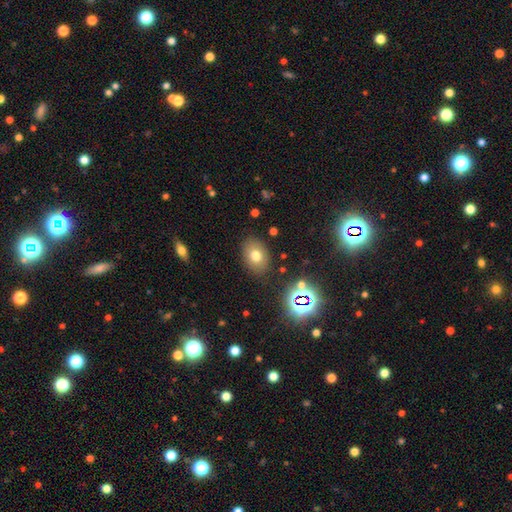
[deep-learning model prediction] smooth 72%, star or artifact 15%, featured or disk 13%. Down the decision tree: how rounded — in between (74%); merging — none (84%).